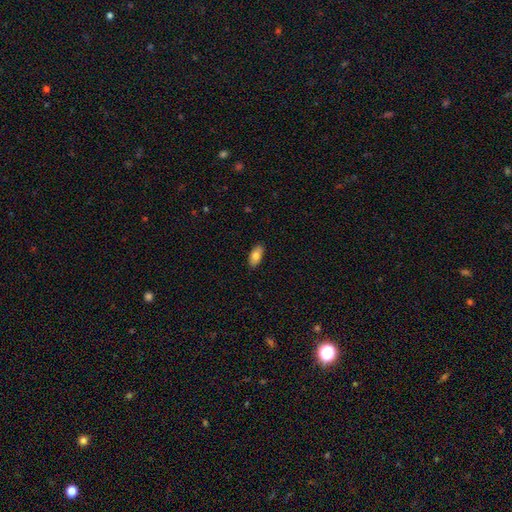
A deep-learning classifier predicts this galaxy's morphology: This appears to be a smooth galaxy with no disk features (79%) that is in between round and cigar-shaped (90%). Merging: none (88%).